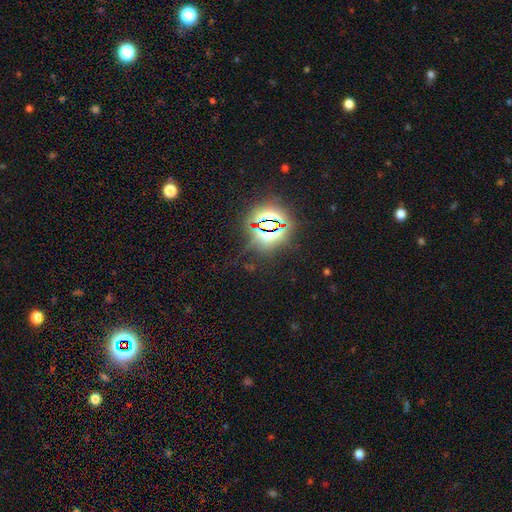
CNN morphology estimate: smooth-or-featured: star or artifact: 82% | smooth: 11% | featured or disk: 7%